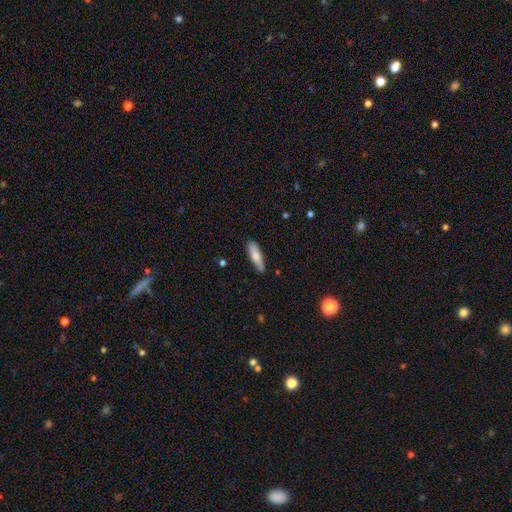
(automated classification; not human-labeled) Smooth or featured? Predicted: smooth (p=0.77). How rounded? Predicted: cigar-shaped (p=0.70). Merging? Predicted: none (p=0.80).